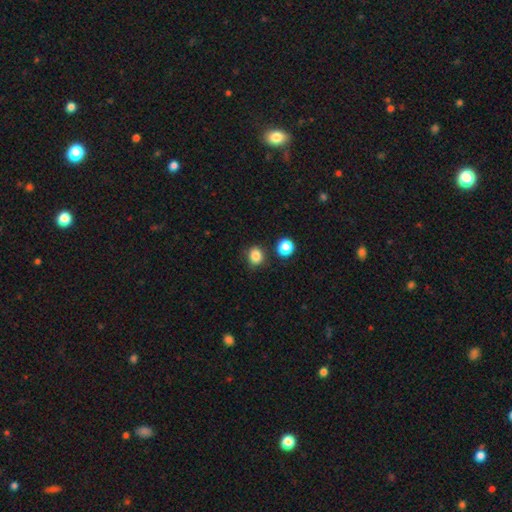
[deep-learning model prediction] This appears to be a smooth galaxy with no disk features (84%) that is round (69%). Merging: none (80%).